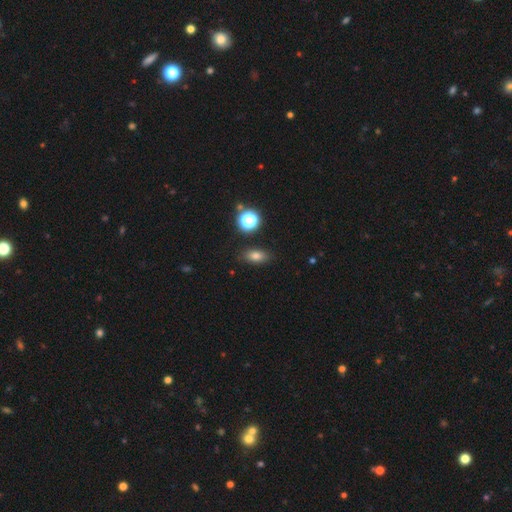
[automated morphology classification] The model was most divided on "smooth or featured": smooth: 76%, star or artifact: 14%, featured or disk: 10%. More confident: merging — none (84%); how rounded — in between (79%).